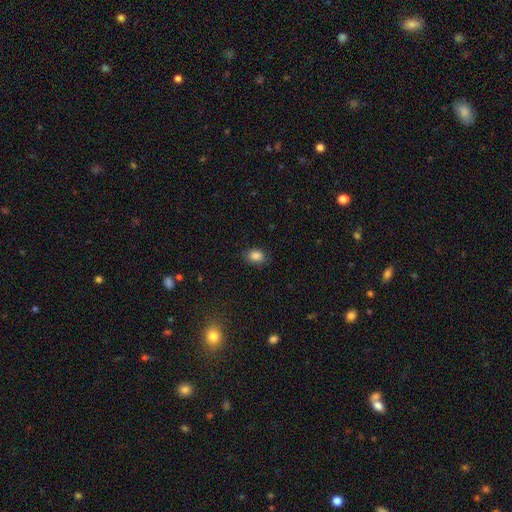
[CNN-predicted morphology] Overall: smooth (86%). How rounded: in between (74%). Merging: none (83%).